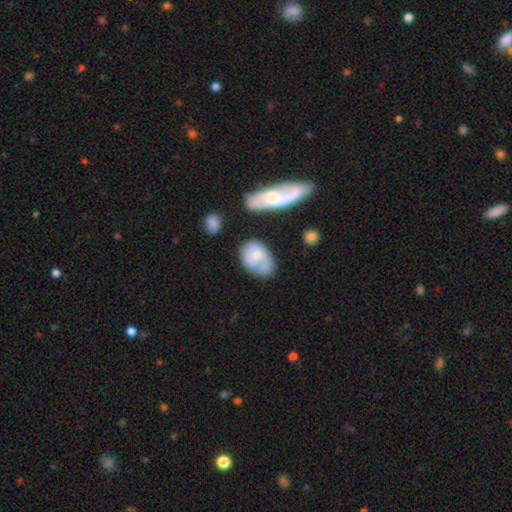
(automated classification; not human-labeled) This appears to be a smooth galaxy with no disk features (55%) that is in between round and cigar-shaped (78%). Merging: none (38%).